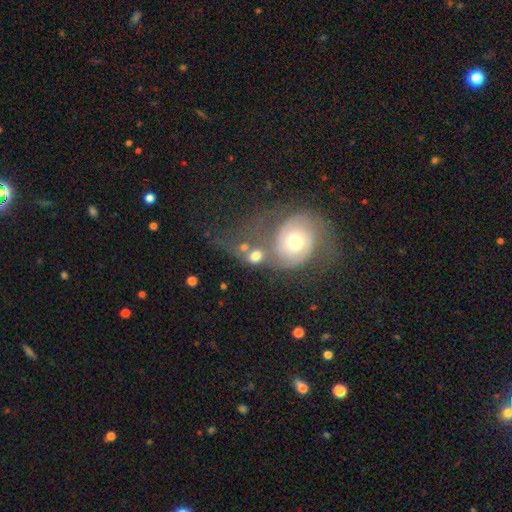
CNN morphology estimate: smooth_or_featured: featured or disk (p=0.44) [tied with: smooth p=0.44]
merging: merger (p=0.46) [alt: none p=0.26]